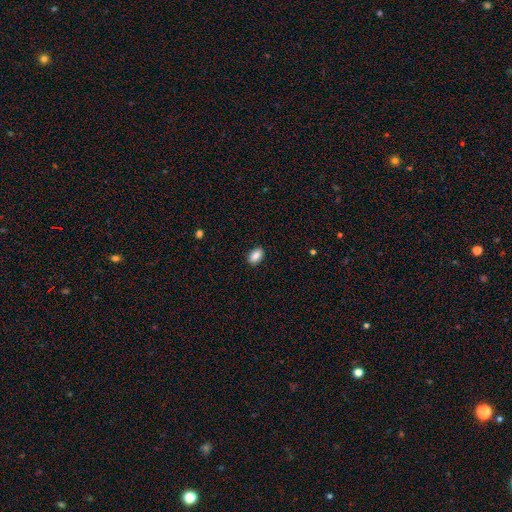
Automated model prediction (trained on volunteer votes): A smooth galaxy with no disk features (87%) that is in between round and cigar-shaped (90%).

Vote fractions:
- Smooth or featured? smooth: 87% / star or artifact: 7% / featured or disk: 5%
- How rounded? in between: 90% / round: 8% / cigar-shaped: 2%
- Merging? none: 89% / minor disturbance: 8% / major disturbance: 2% / merger: 1%